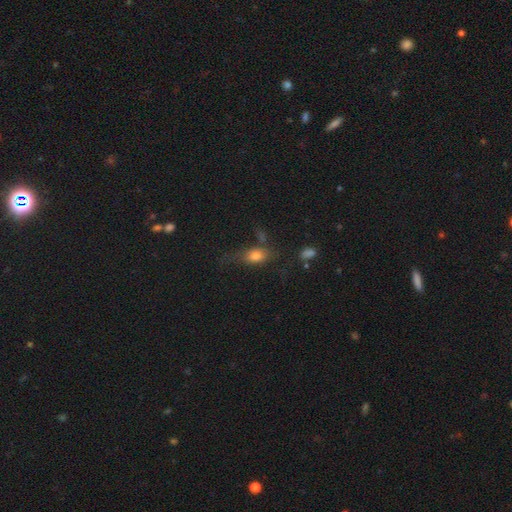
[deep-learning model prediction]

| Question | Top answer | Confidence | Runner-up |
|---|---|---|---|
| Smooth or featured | smooth | 73% | featured or disk (16%) |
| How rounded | in between | 76% | round (16%) |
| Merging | none | 50% | minor disturbance (24%) |